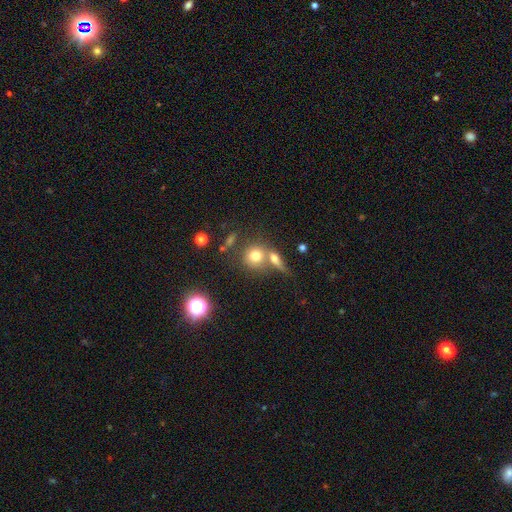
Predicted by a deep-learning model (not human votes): This appears to be a smooth galaxy with no disk features (72%) that is round (82%). Merging: none (50%).